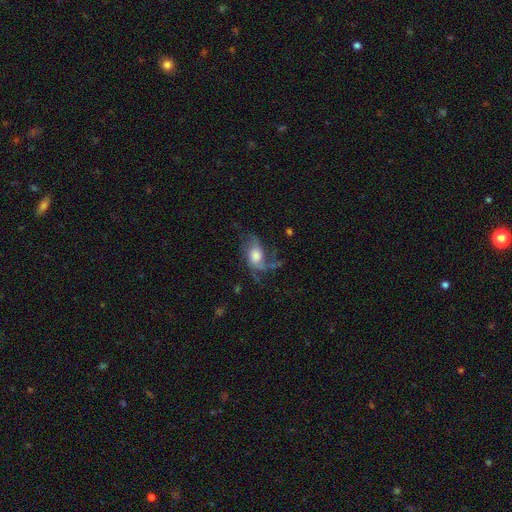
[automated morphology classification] Overall: featured or disk (62%; smooth 29%). Edge-on disk: no (95%). Bar: no (70%). Spiral arms: yes (81%). Bulge size: large (43%; moderate 39%). Merging: none (40%; major disturbance 35%).